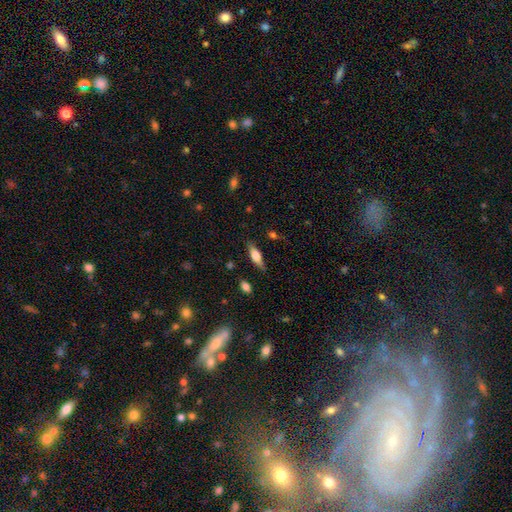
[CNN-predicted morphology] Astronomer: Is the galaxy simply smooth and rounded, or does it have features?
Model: smooth — 53% (runner-up: featured or disk, 40%).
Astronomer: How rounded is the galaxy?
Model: in between — 53% (runner-up: cigar-shaped, 44%).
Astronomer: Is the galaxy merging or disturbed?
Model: none — 81%.